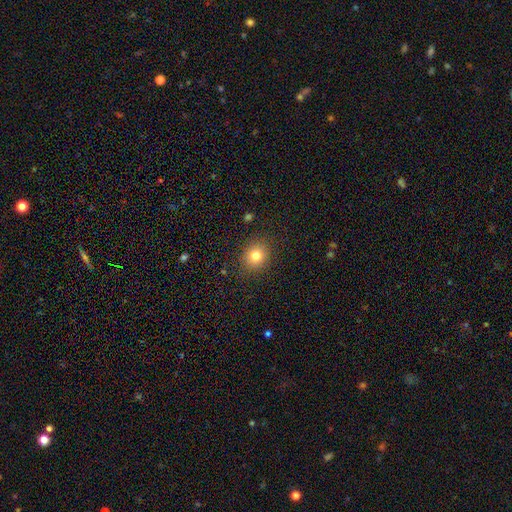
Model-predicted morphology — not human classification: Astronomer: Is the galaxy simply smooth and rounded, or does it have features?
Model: smooth — 80%.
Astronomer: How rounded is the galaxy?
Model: round — 75%.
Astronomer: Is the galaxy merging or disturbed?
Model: none — 87%.